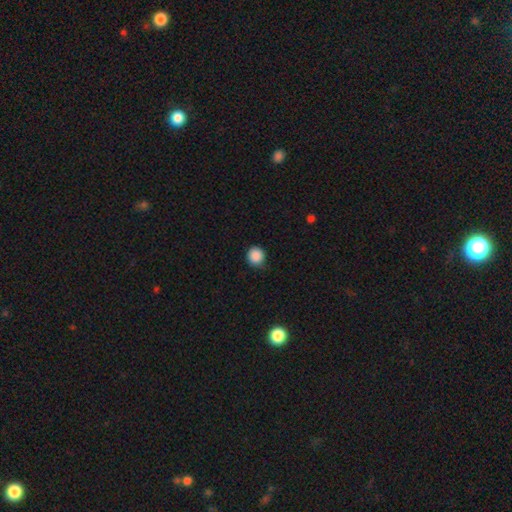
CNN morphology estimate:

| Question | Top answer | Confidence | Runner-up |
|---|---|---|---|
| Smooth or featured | smooth | 88% | star or artifact (9%) |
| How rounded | round | 92% | in between (7%) |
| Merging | none | 83% | minor disturbance (13%) |